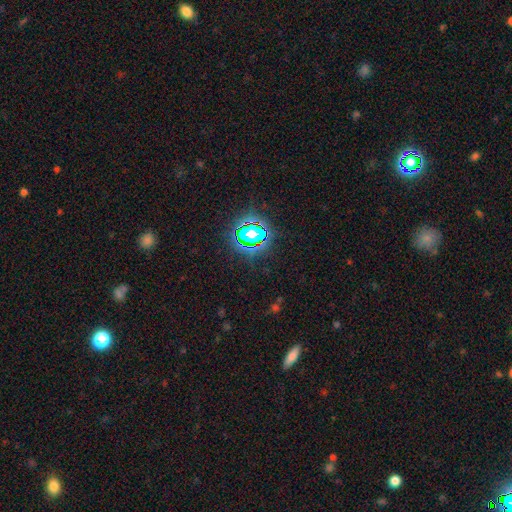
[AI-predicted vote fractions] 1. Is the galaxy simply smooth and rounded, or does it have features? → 76% star or artifact, 16% smooth, 8% featured or disk.